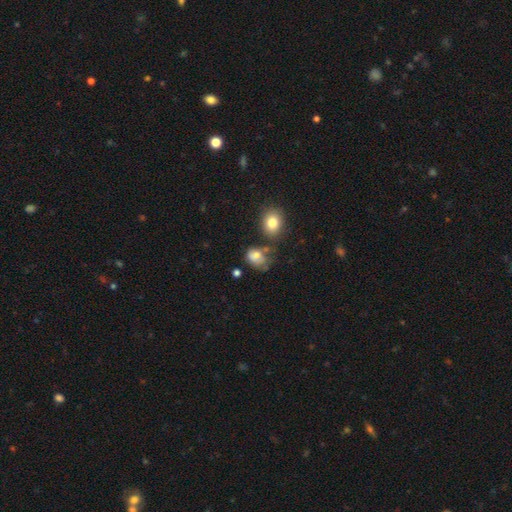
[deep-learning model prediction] A smooth galaxy with no disk features (72%) that is in between round and cigar-shaped (57%). Merging: none (41%).